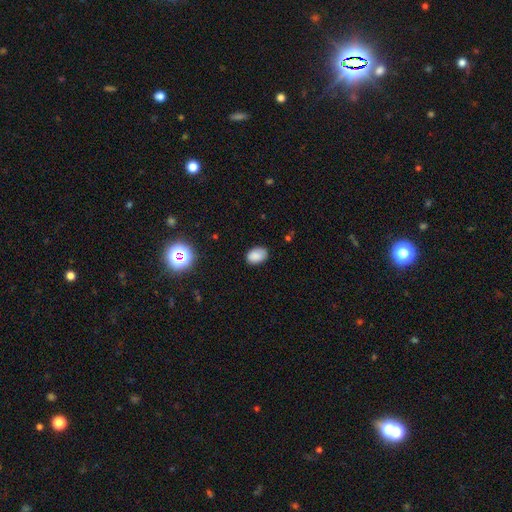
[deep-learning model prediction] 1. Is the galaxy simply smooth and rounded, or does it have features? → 86% smooth, 9% star or artifact, 5% featured or disk.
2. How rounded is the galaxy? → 86% in between, 13% round, 1% cigar-shaped.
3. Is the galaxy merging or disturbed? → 82% none, 14% minor disturbance, 3% major disturbance, 1% merger.